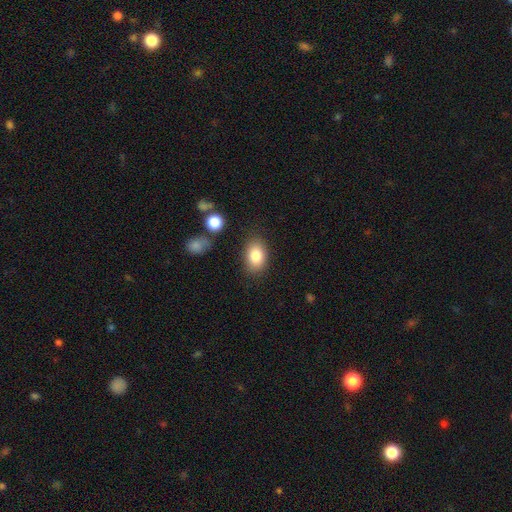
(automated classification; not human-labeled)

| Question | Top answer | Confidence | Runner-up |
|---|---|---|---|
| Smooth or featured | smooth | 84% | featured or disk (8%) |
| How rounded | in between | 84% | round (14%) |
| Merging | none | 82% | minor disturbance (12%) |